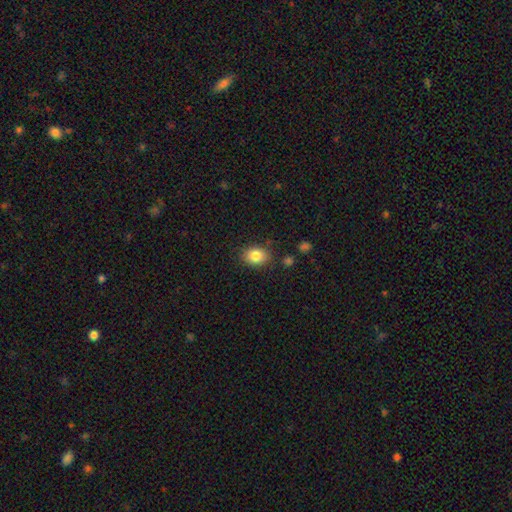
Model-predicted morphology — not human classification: smooth 84%, star or artifact 9%, featured or disk 7%. Down the decision tree: how rounded — in between (62%); merging — none (83%).